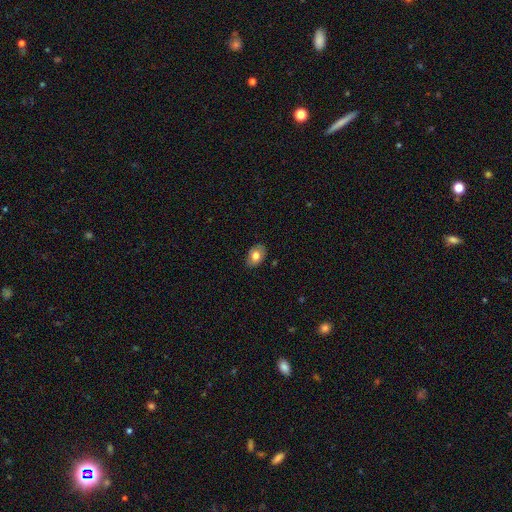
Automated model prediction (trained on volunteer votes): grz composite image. It shows a smooth galaxy with no disk features (74%) that is in between round and cigar-shaped (80%). Merging: none (84%).